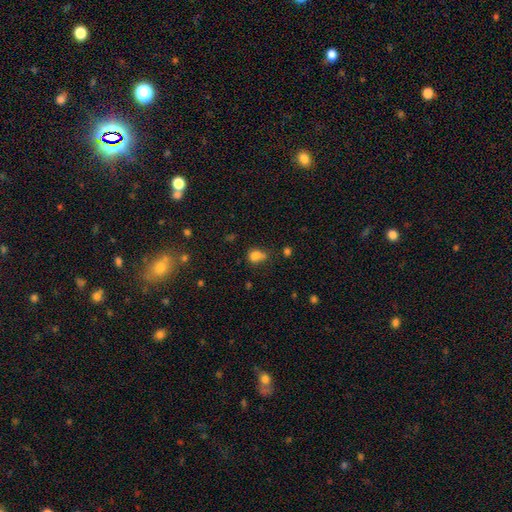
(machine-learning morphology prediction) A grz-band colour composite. It shows a smooth galaxy with no disk features (78%) that is in between round and cigar-shaped (59%). Merging: none (42%).